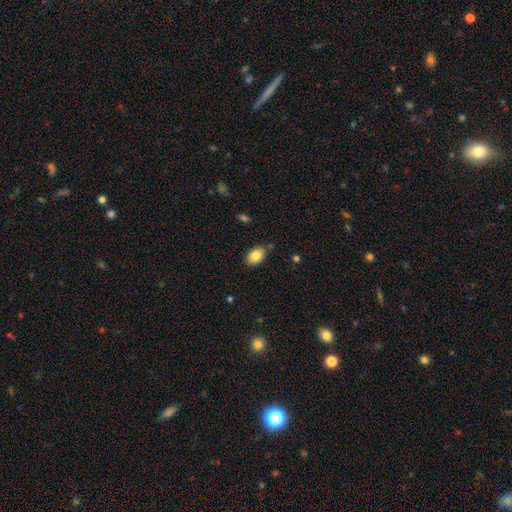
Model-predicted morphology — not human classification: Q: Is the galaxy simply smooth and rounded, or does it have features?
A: smooth — 82%.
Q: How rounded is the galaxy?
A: in between — 85%.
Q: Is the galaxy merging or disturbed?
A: none — 83%.